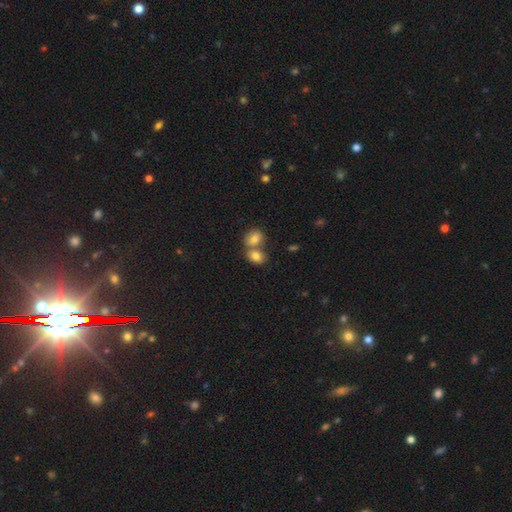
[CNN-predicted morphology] smooth 81%, star or artifact 10%, featured or disk 9%. Down the decision tree: how rounded — in between (67%); merging — merger (52%).